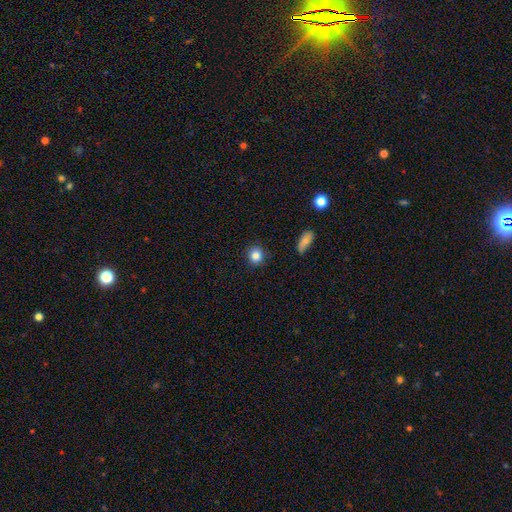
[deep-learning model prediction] smooth-or-featured: smooth: 85% | star or artifact: 10% | featured or disk: 5%
  how-rounded: round: 89% | in between: 10% | cigar-shaped: 1%
  merging: none: 89% | minor disturbance: 7% | major disturbance: 2% | merger: 1%